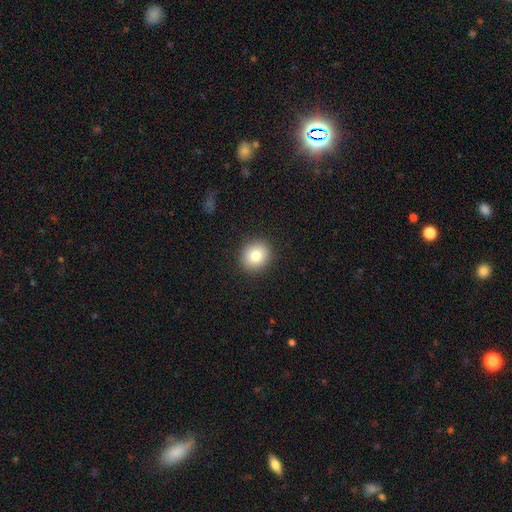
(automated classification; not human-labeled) Smooth or featured: smooth — 80% (featured or disk — 10%)
How rounded: round — 83% (in between — 16%)
Merging: none — 91% (minor disturbance — 6%)